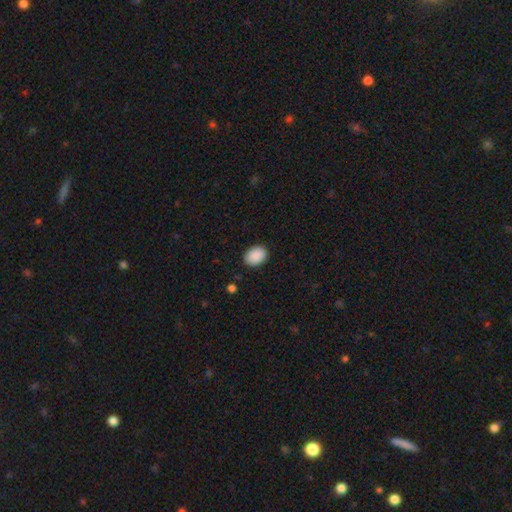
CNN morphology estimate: Q: Smooth or featured?
A: smooth (91%); runner-up: star or artifact (7%)
Q: How rounded?
A: in between (75%); runner-up: round (24%)
Q: Merging?
A: none (88%); runner-up: minor disturbance (8%)